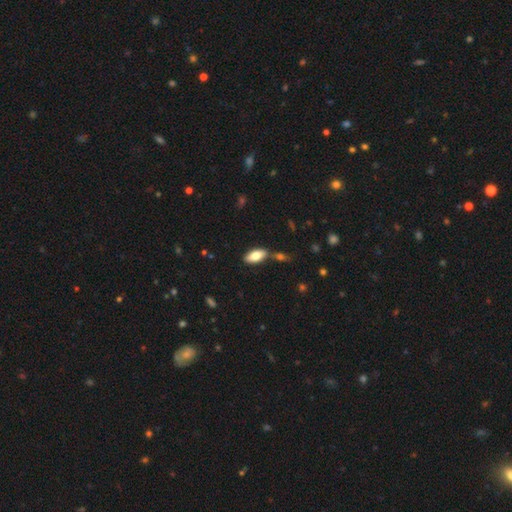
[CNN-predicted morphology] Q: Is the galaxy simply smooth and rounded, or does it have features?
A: smooth — 78%.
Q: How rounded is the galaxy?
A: in between — 88%.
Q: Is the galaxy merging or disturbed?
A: none — 70%.